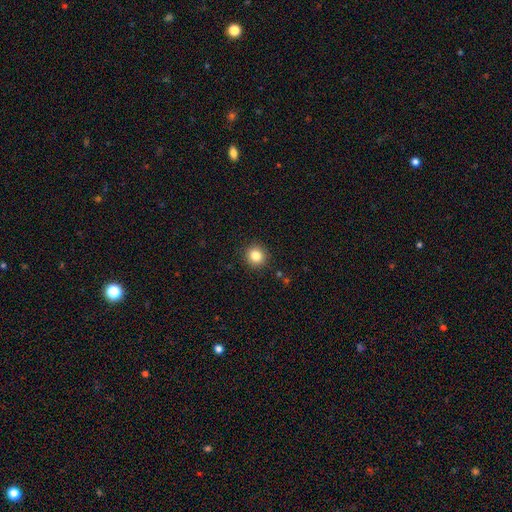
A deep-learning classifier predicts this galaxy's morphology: A smooth galaxy with no disk features (83%) that is round (92%).

Vote fractions:
- Smooth or featured? smooth: 83% / star or artifact: 11% / featured or disk: 6%
- How rounded? round: 92% / in between: 7% / cigar-shaped: 1%
- Merging? none: 91% / minor disturbance: 6% / major disturbance: 2% / merger: 1%